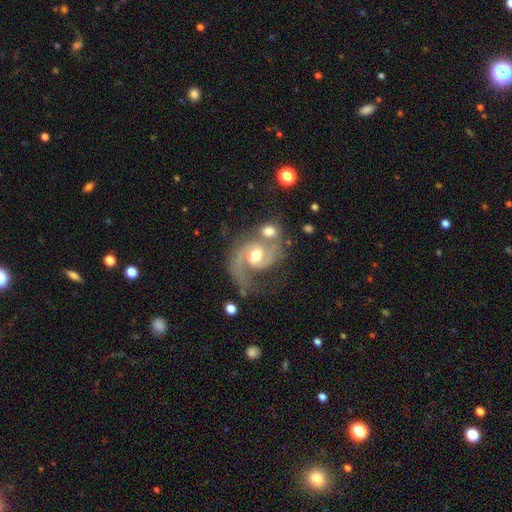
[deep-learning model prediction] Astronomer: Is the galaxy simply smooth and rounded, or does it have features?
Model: featured or disk — 88%.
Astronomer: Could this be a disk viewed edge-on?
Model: no — 98%.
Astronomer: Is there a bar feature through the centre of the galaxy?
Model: no — 51% (runner-up: weak, 40%).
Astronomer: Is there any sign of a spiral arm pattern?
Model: yes — 97%.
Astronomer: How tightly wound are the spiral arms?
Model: medium — 56%.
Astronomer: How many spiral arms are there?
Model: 2 — 82%.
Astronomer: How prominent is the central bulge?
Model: moderate — 71%.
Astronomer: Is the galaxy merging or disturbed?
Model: none — 37% (runner-up: merger, 32%).